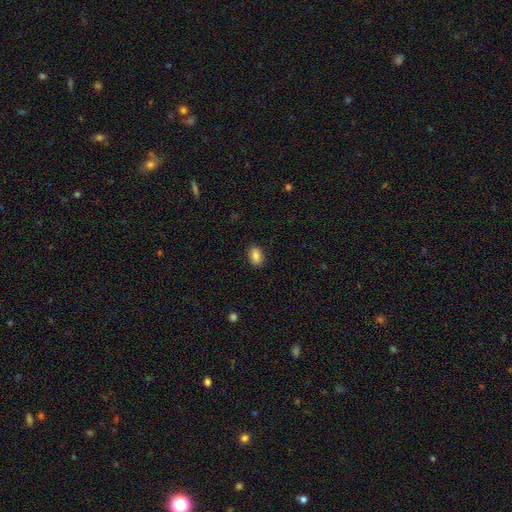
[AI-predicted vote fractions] smooth_or_featured: smooth (p=0.82) [alt: featured or disk p=0.09]
how_rounded: in between (p=0.77) [alt: round p=0.22]
merging: none (p=0.88) [alt: minor disturbance p=0.09]